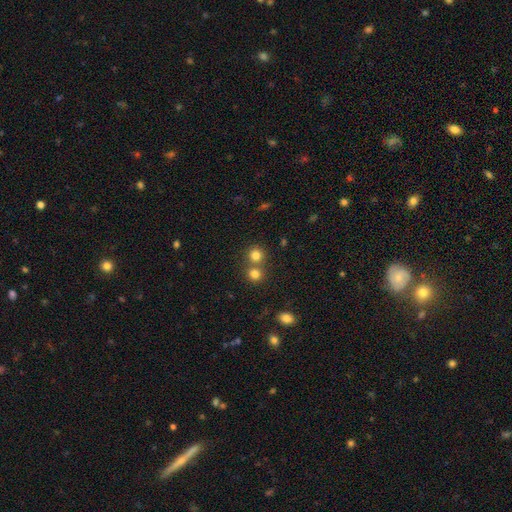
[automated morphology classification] This is likely a smooth galaxy (78%). How rounded: clearly round (90%). Merging: possibly none (58%).